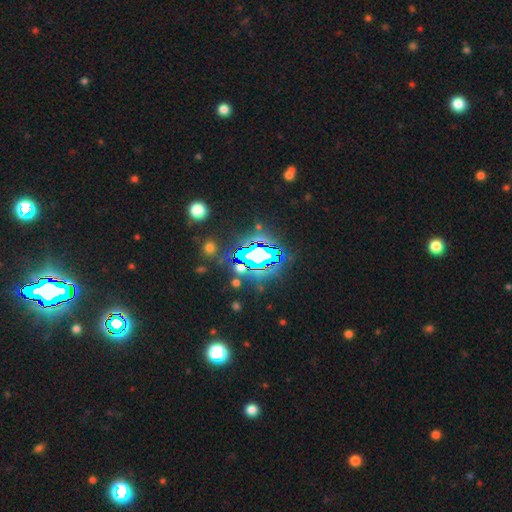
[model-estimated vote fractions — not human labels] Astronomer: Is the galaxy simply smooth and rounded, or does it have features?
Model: star or artifact — 73%.